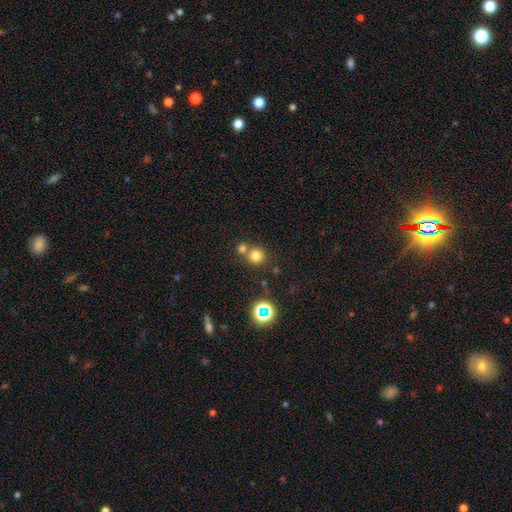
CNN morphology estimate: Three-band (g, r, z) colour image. It shows a smooth galaxy with no disk features (76%) that is round (91%). Merging: none (61%).